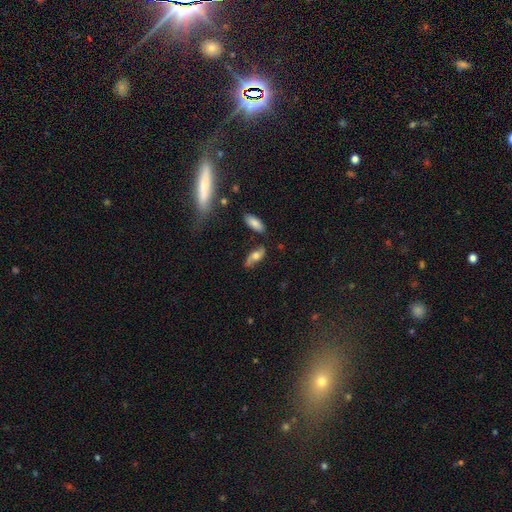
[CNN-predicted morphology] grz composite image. It shows a smooth galaxy with no disk features (55%) that is in between round and cigar-shaped (76%). Merging: none (70%).